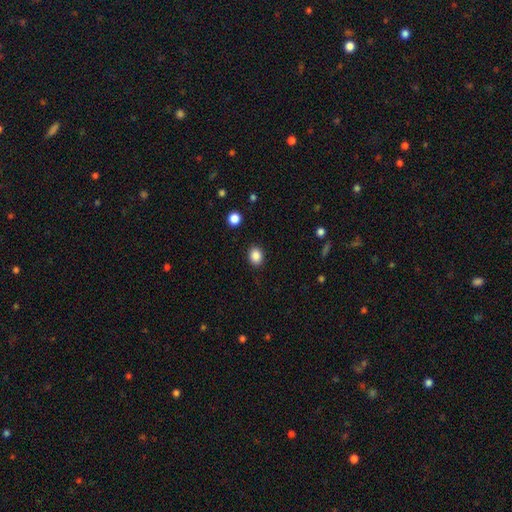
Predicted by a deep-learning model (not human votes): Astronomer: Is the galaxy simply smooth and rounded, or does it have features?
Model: smooth — 87%.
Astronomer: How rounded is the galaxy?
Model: in between — 50% (runner-up: round, 49%).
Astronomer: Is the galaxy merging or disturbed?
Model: none — 89%.